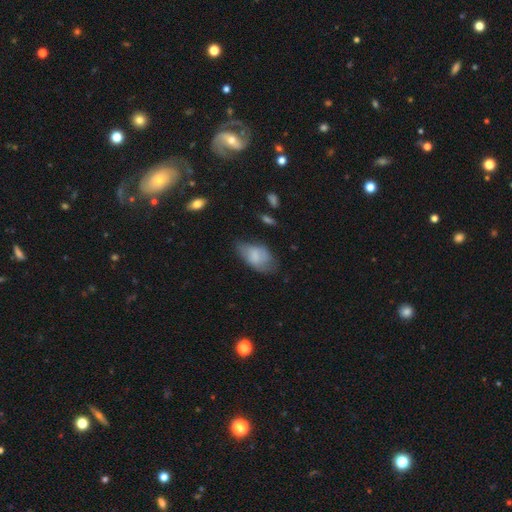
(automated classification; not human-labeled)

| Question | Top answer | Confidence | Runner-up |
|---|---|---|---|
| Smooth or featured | smooth | 71% | featured or disk (21%) |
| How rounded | in between | 92% | round (6%) |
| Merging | none | 43% | minor disturbance (37%) |